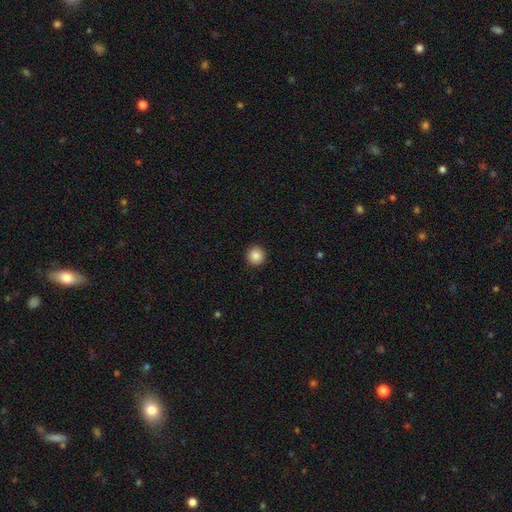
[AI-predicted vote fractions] This is clearly a smooth galaxy (87%). How rounded: clearly round (95%). Merging: clearly none (93%).